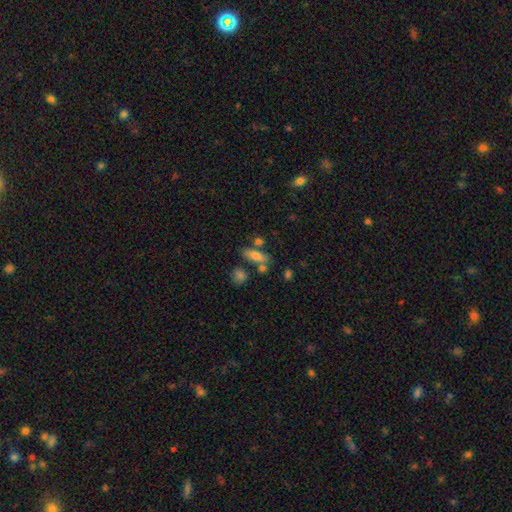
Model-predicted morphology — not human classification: This is likely a smooth galaxy (74%). How rounded: likely in between (62%). Merging: likely none (61%).